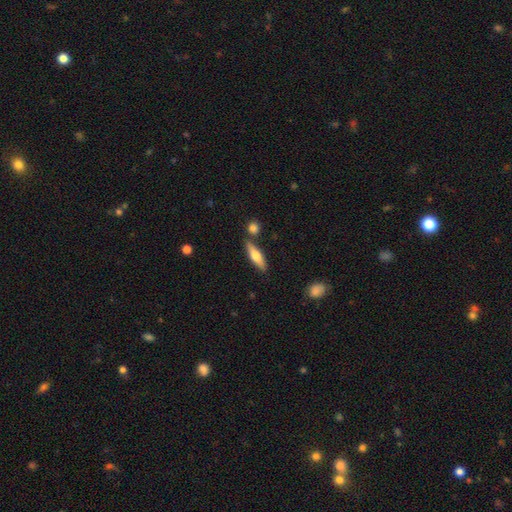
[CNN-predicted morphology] A smooth galaxy with no disk features (58%) that is cigar-shaped (62%).

Vote fractions:
- Smooth or featured? smooth: 58% / featured or disk: 36% / star or artifact: 6%
- How rounded? cigar-shaped: 62% / in between: 35% / round: 2%
- Merging? none: 77% / minor disturbance: 11% / merger: 9% / major disturbance: 3%